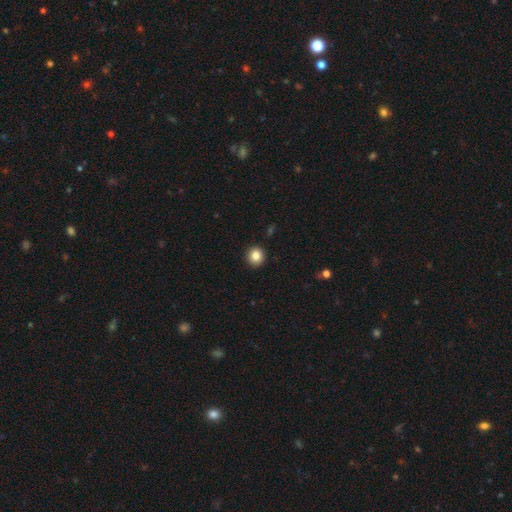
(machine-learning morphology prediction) smooth 85%, star or artifact 10%, featured or disk 6%. Down the decision tree: how rounded — round (89%); merging — none (93%).